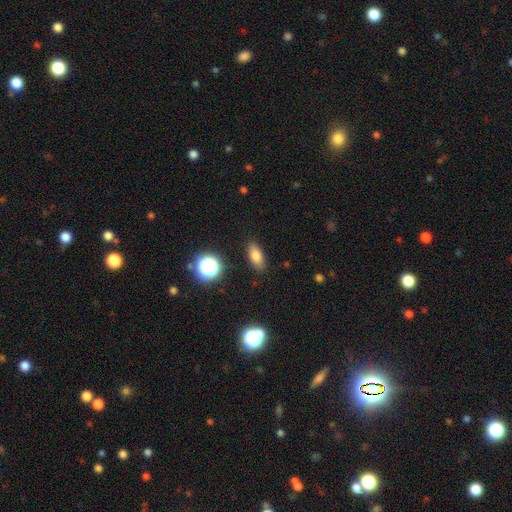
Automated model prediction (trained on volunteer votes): smooth 77%, featured or disk 12%, star or artifact 11%. Down the decision tree: how rounded — in between (77%); merging — none (87%).